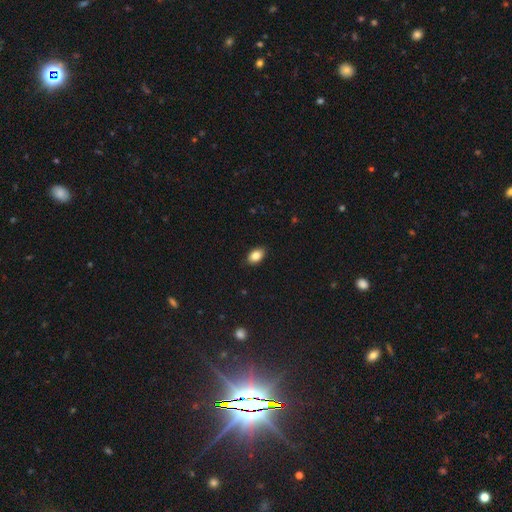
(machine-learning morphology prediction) Overall: smooth (85%). How rounded: in between (86%). Merging: none (88%).